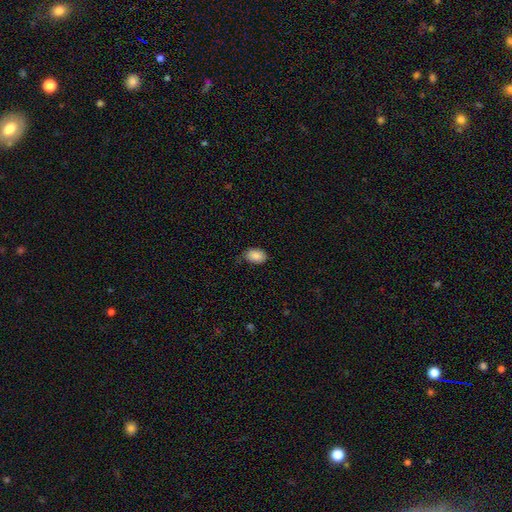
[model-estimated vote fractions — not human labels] smooth-or-featured: smooth: 88% | star or artifact: 8% | featured or disk: 4%
  how-rounded: in between: 87% | round: 12% | cigar-shaped: 1%
  merging: none: 68% | minor disturbance: 26% | major disturbance: 5% | merger: 1%